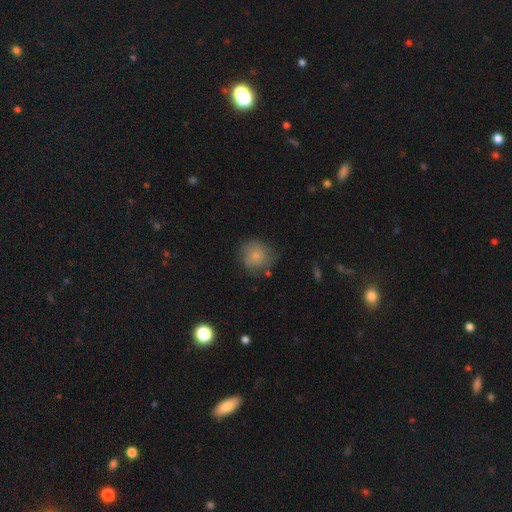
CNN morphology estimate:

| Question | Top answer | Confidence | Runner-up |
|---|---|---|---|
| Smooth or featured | smooth | 72% | featured or disk (20%) |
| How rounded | round | 86% | in between (13%) |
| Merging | none | 64% | minor disturbance (24%) |